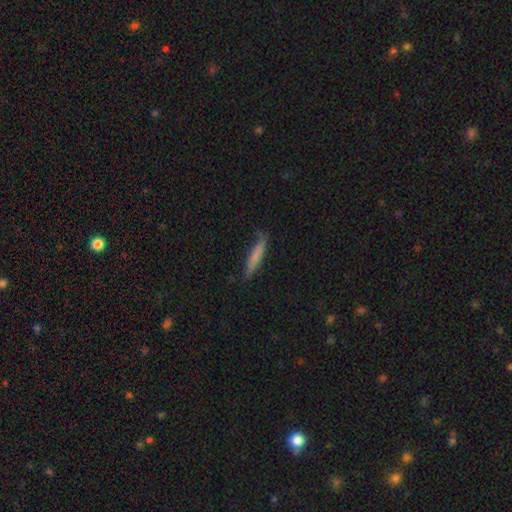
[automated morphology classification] The model was most divided on "merging": none: 69%, minor disturbance: 23%, major disturbance: 5%, merger: 2%. More confident: how rounded — cigar-shaped (90%); smooth or featured — smooth (72%).